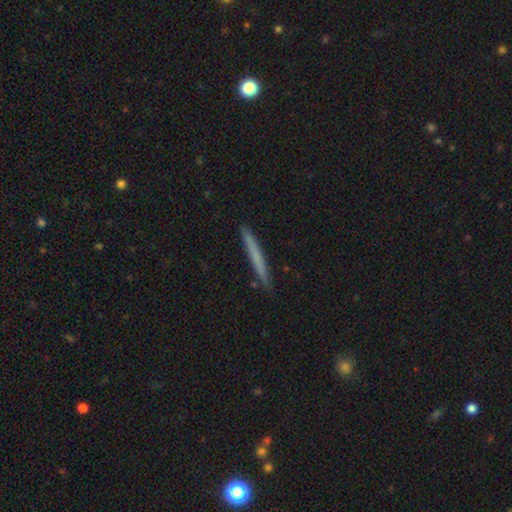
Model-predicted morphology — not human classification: A smooth galaxy with no disk features (63%) that is cigar-shaped (97%).

Vote fractions:
- Smooth or featured? smooth: 63% / featured or disk: 31% / star or artifact: 6%
- How rounded? cigar-shaped: 97% / in between: 2% / round: 1%
- Merging? none: 89% / minor disturbance: 8% / major disturbance: 1% / merger: 1%